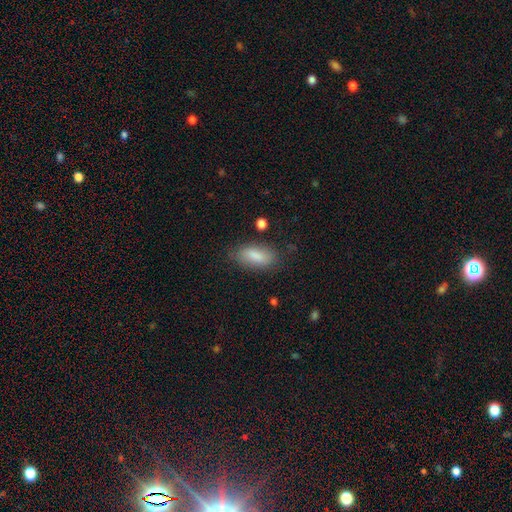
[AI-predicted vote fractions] Smooth or featured: smooth — 84% (featured or disk — 9%)
How rounded: in between — 85% (cigar-shaped — 12%)
Merging: none — 76% (minor disturbance — 17%)